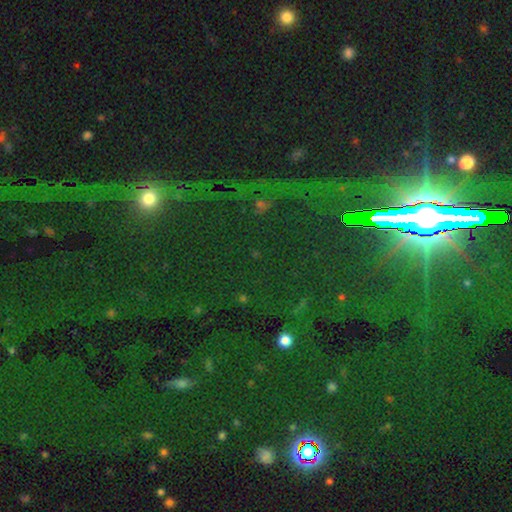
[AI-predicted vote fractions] Smooth or featured? star or artifact (81%)